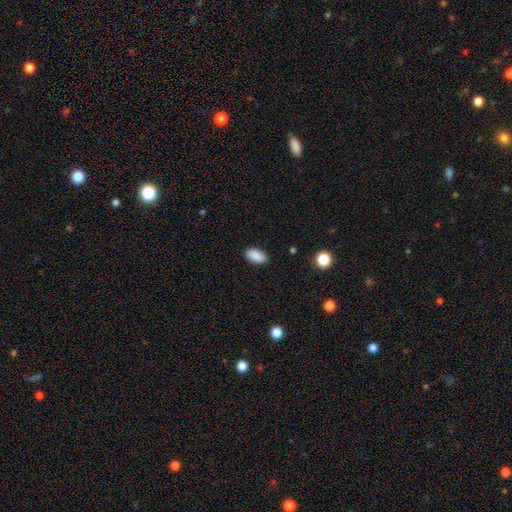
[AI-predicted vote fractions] The model was most divided on "merging": none: 87%, minor disturbance: 9%, major disturbance: 2%, merger: 1%. More confident: how rounded — in between (94%); smooth or featured — smooth (89%).